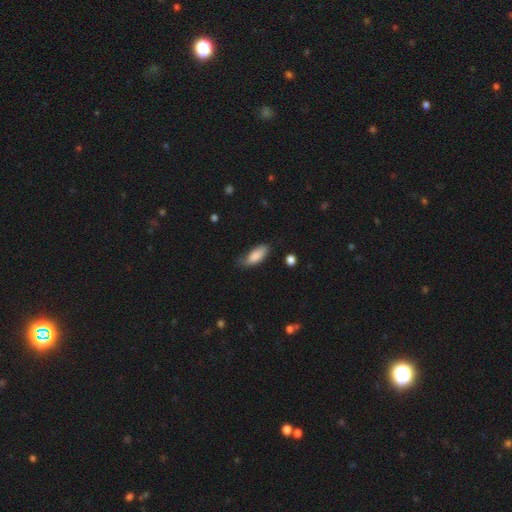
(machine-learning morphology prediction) A smooth galaxy with no disk features (85%) that is in between round and cigar-shaped (82%).

Vote fractions:
- Smooth or featured? smooth: 85% / featured or disk: 9% / star or artifact: 6%
- How rounded? in between: 82% / cigar-shaped: 16% / round: 2%
- Merging? none: 53% / minor disturbance: 36% / major disturbance: 9% / merger: 2%